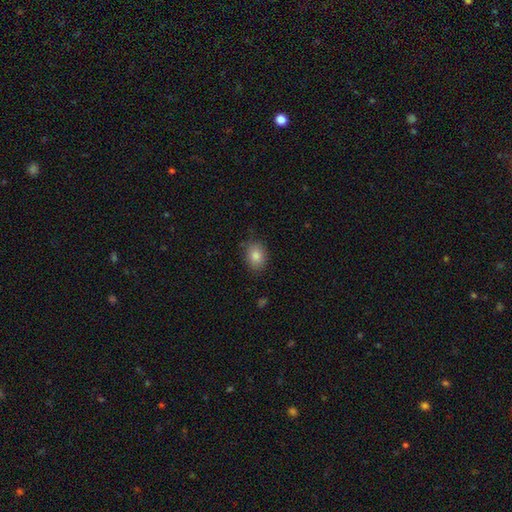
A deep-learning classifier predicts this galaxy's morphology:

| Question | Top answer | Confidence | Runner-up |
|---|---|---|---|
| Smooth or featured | smooth | 85% | star or artifact (9%) |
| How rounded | in between | 63% | round (36%) |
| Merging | none | 80% | minor disturbance (16%) |